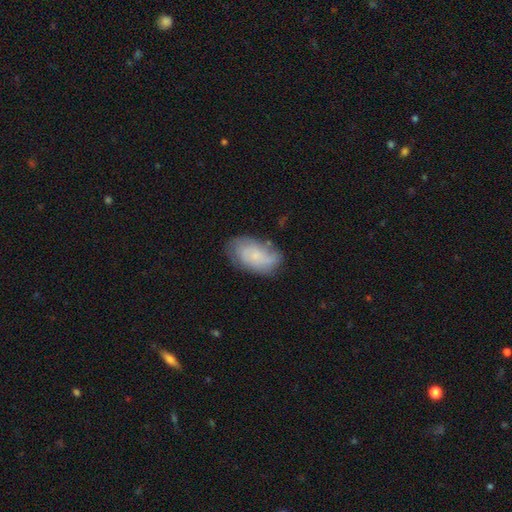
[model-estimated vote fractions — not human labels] A featured or disk galaxy (49%). Merging: none (64%).